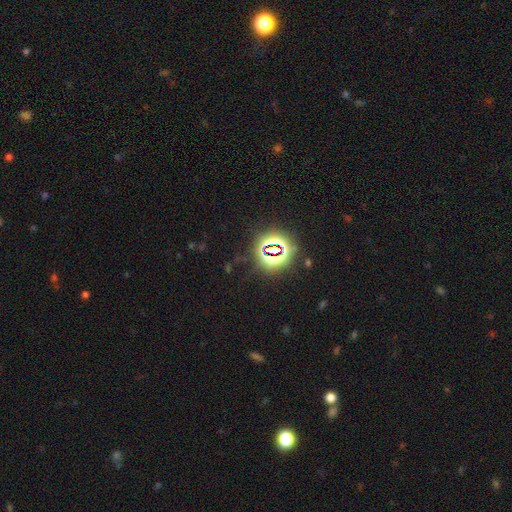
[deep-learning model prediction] Smooth or featured?
  - star or artifact: 81% *
  - smooth: 12%
  - featured or disk: 7%